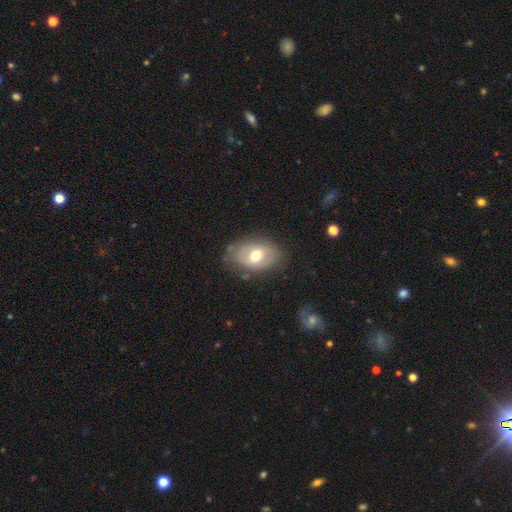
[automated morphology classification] smooth 60%, featured or disk 33%, star or artifact 8%. Down the decision tree: how rounded — in between (83%); merging — none (74%).